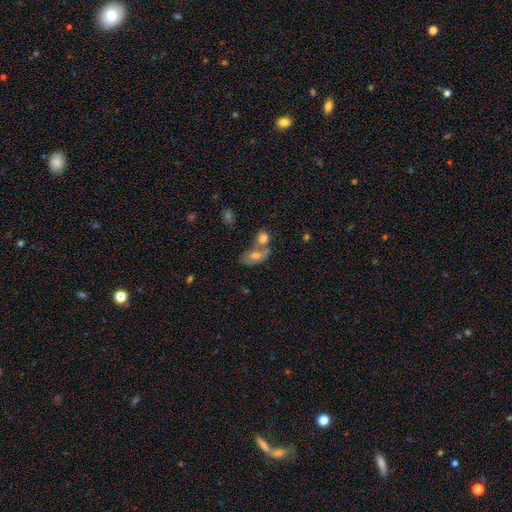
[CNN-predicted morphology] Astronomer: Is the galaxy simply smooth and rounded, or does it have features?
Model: smooth — 63%.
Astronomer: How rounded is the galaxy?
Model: in between — 84%.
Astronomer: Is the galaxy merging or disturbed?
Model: merger — 50% (runner-up: none, 31%).